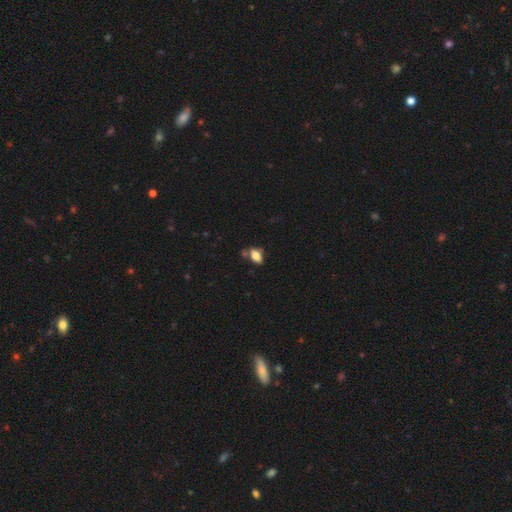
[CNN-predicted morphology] Smooth or featured? smooth (77%)
How rounded? in between (88%)
Merging? none (58%)